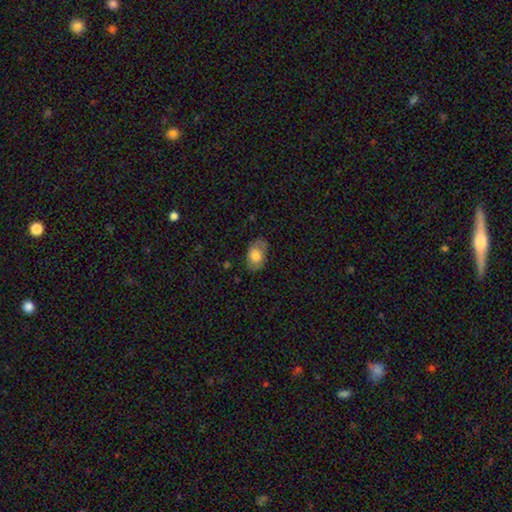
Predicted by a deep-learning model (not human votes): Smooth or featured: smooth — 74% (featured or disk — 18%)
How rounded: in between — 87% (round — 12%)
Merging: none — 72% (minor disturbance — 21%)